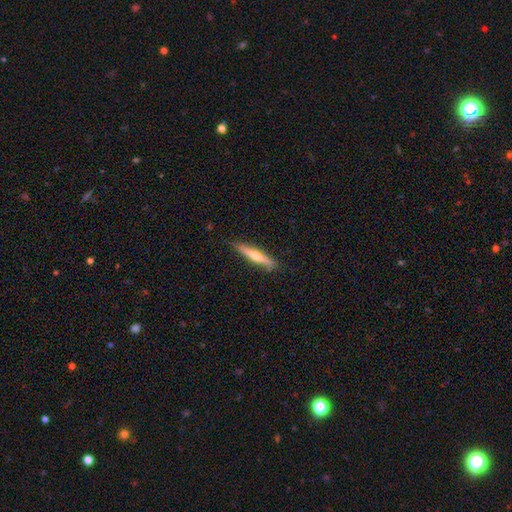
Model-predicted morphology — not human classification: type=featured or disk (54%); edge-on=yes (95%); edge-on bulge=rounded (83%); merging=none (85%).